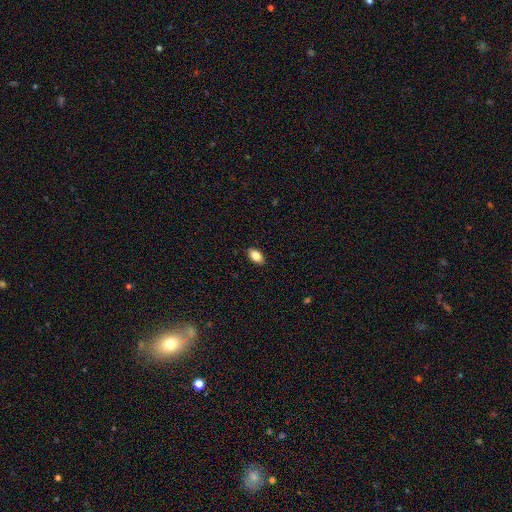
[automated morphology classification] smooth_or_featured: smooth (p=0.83) [alt: featured or disk p=0.09]
how_rounded: in between (p=0.91) [alt: round p=0.06]
merging: none (p=0.89) [alt: minor disturbance p=0.08]